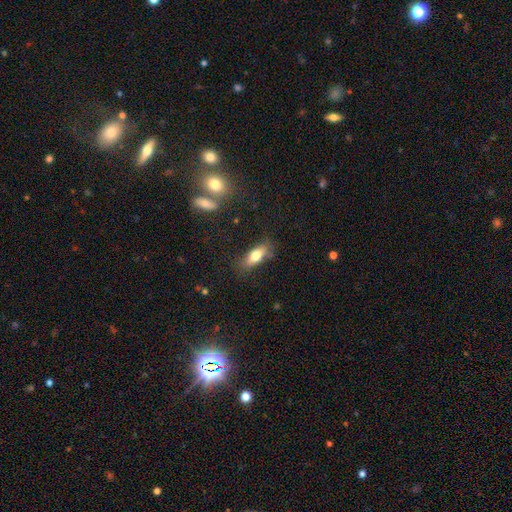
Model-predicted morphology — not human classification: Smooth or featured: smooth — 74% (featured or disk — 18%)
How rounded: in between — 72% (cigar-shaped — 24%)
Merging: none — 76% (minor disturbance — 16%)